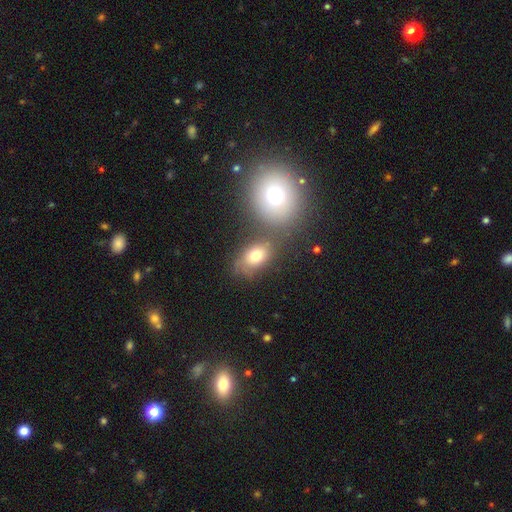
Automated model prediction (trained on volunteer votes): smooth-or-featured: smooth: 67% | featured or disk: 19% | star or artifact: 13%
  how-rounded: in between: 77% | round: 21% | cigar-shaped: 2%
  merging: none: 51% | merger: 25% | minor disturbance: 16% | major disturbance: 8%